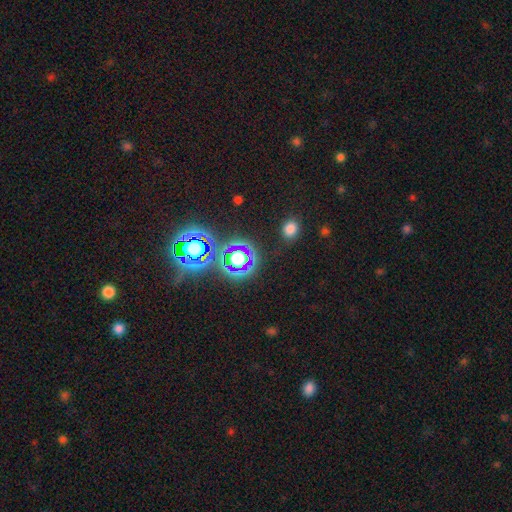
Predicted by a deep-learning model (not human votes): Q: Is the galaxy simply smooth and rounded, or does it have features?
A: star or artifact — 74%.